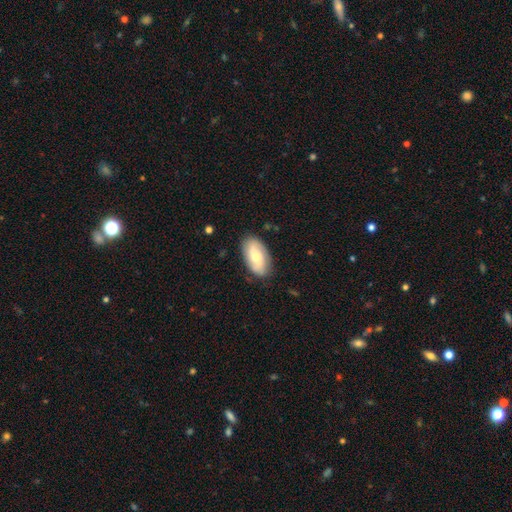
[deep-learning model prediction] Overall: smooth (55%; featured or disk 39%). How rounded: in between (93%). Merging: none (83%).